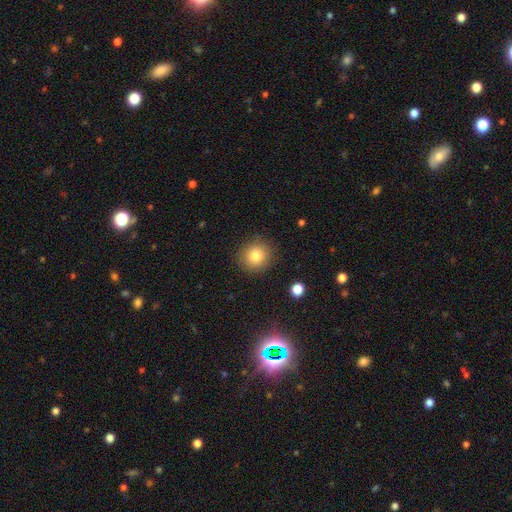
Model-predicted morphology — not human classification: Smooth or featured? smooth (82%)
How rounded? round (89%)
Merging? none (88%)